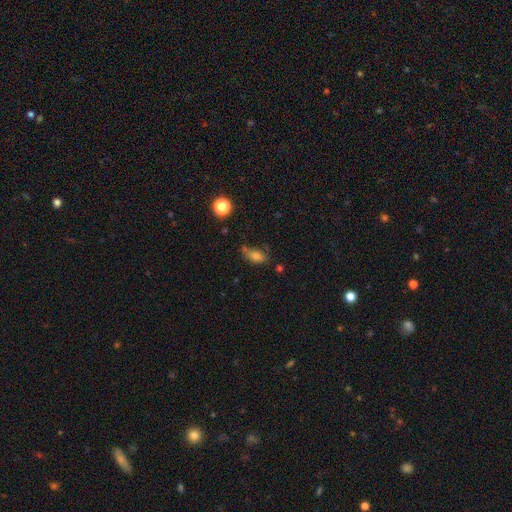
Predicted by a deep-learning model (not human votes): smooth_or_featured: smooth (p=0.72) [alt: star or artifact p=0.14]
how_rounded: in between (p=0.81) [alt: round p=0.13]
merging: none (p=0.51) [alt: minor disturbance p=0.29]